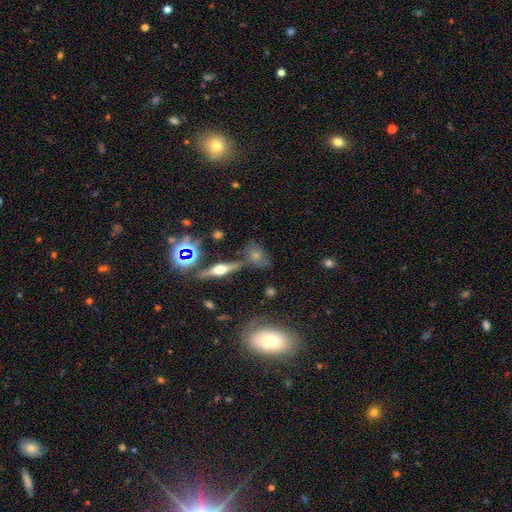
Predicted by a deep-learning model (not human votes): This is possibly a smooth galaxy (53%). How rounded: possibly in between (55%). Merging: likely none (60%).